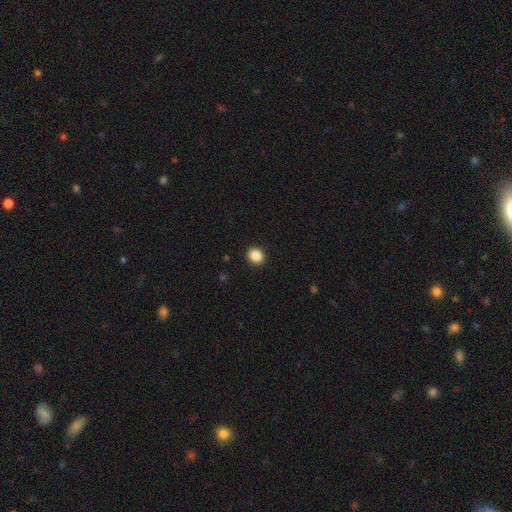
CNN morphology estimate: The model was most divided on "how rounded": round: 81%, in between: 18%, cigar-shaped: 1%. More confident: merging — none (92%); smooth or featured — smooth (88%).